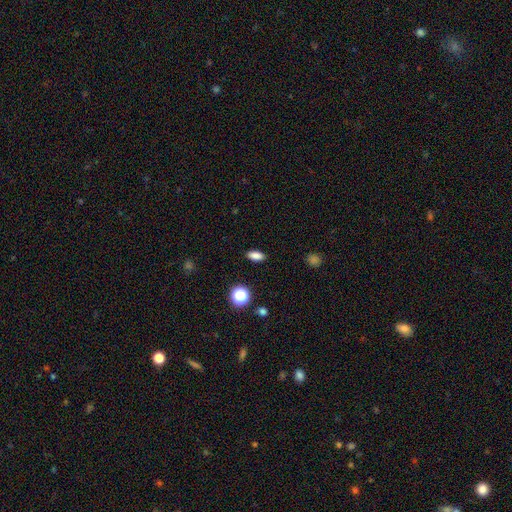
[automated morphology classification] Smooth or featured? Predicted: smooth (p=0.83). How rounded? Predicted: in between (p=0.82). Merging? Predicted: none (p=0.90).